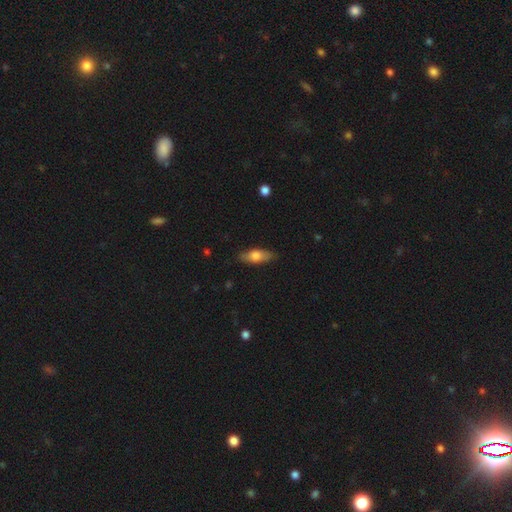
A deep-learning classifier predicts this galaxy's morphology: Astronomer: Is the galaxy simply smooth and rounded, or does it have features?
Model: smooth — 65%.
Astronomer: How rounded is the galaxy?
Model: in between — 67%.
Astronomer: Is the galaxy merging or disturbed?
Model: none — 86%.